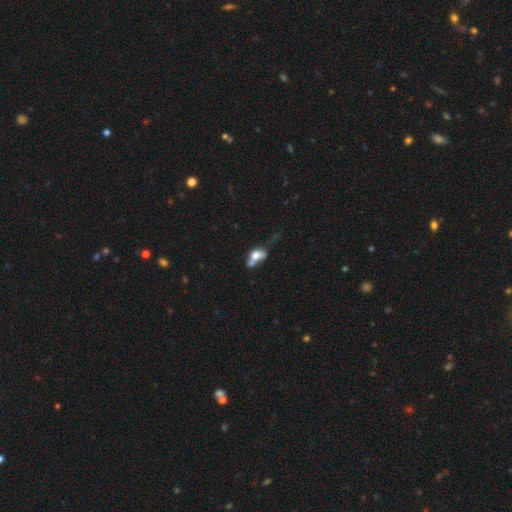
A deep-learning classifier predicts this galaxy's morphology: Smooth or featured: smooth — 61% (featured or disk — 28%)
How rounded: in between — 74% (round — 19%)
Merging: merger — 41% (major disturbance — 23%)